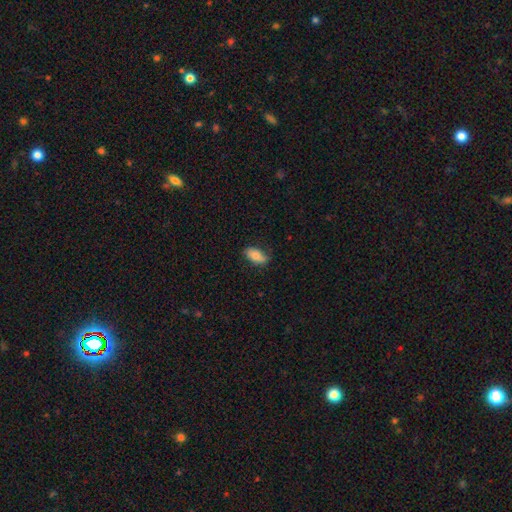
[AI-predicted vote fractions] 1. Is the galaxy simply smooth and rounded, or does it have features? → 74% smooth, 19% featured or disk, 7% star or artifact.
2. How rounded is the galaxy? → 91% in between, 5% cigar-shaped, 4% round.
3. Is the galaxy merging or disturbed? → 71% none, 23% minor disturbance, 5% major disturbance, 1% merger.